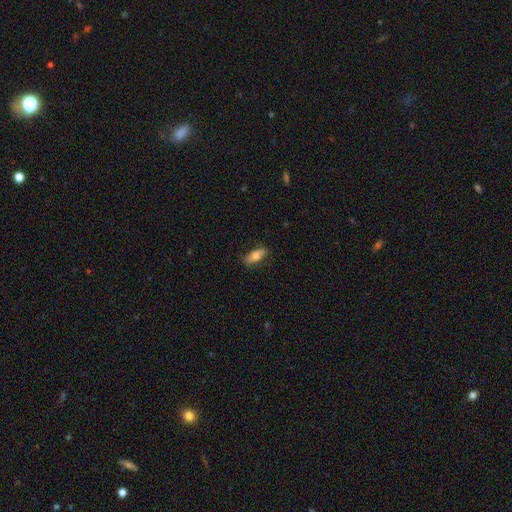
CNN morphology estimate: Smooth or featured: smooth — 68% (featured or disk — 25%)
How rounded: in between — 75% (cigar-shaped — 21%)
Merging: none — 81% (minor disturbance — 15%)